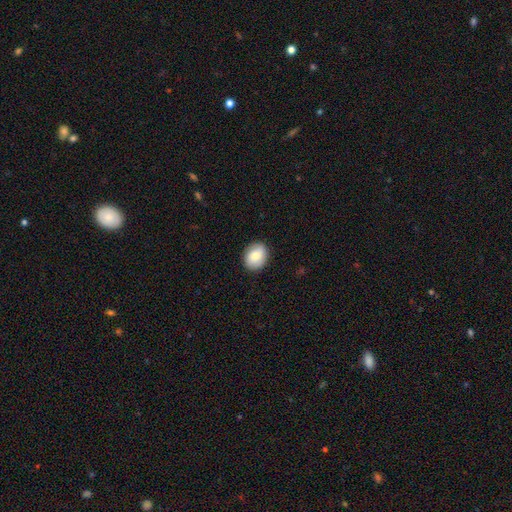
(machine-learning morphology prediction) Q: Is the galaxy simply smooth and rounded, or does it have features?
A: smooth — 73%.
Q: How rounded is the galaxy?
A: round — 51%.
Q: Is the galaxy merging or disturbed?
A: none — 87%.